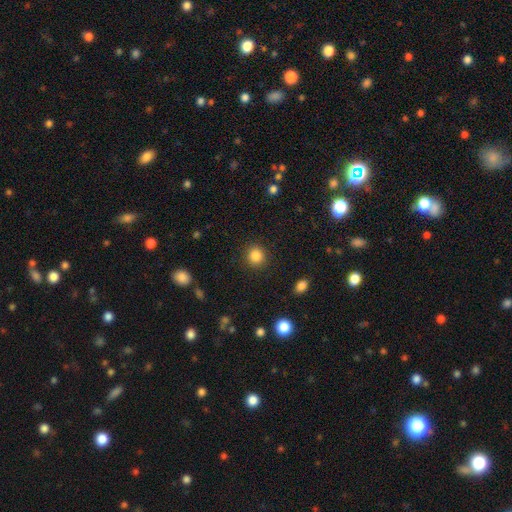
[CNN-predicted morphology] Smooth or featured? Predicted: smooth (p=0.85). How rounded? Predicted: round (p=0.91). Merging? Predicted: none (p=0.91).